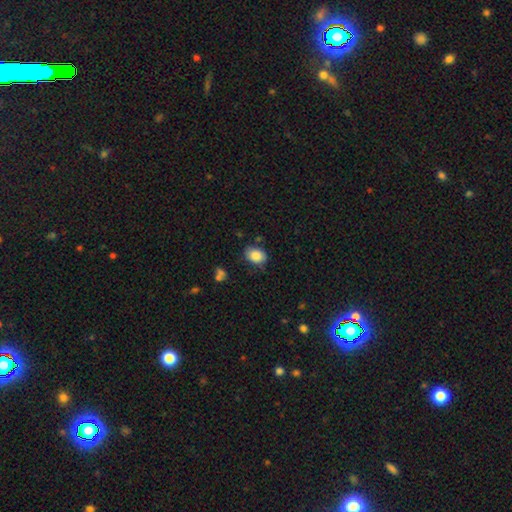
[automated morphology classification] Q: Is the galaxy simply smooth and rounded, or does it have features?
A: smooth — 86%.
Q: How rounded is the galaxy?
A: in between — 73%.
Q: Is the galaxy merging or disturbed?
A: none — 73%.